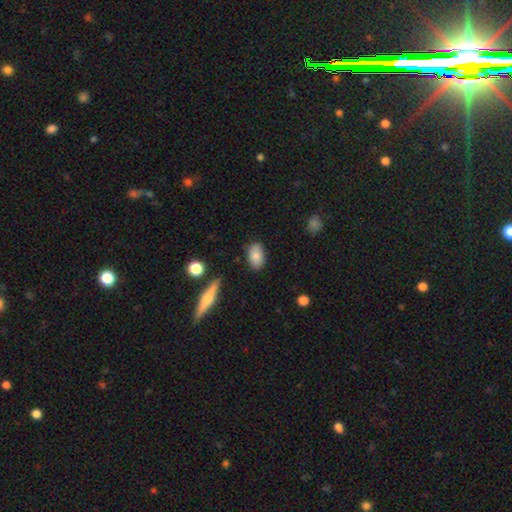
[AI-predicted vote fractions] smooth-or-featured: smooth: 83% | featured or disk: 10% | star or artifact: 7%
  how-rounded: in between: 90% | round: 7% | cigar-shaped: 3%
  merging: none: 84% | minor disturbance: 11% | major disturbance: 2% | merger: 2%